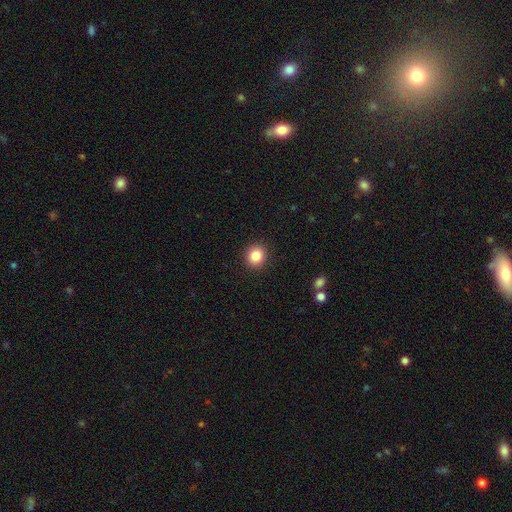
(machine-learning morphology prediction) Smooth or featured? smooth (85%)
How rounded? round (87%)
Merging? none (91%)